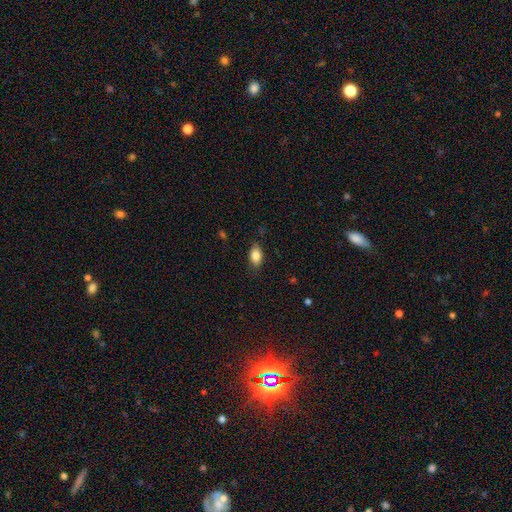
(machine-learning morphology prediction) Smooth or featured?
  - smooth: 84% *
  - star or artifact: 8%
  - featured or disk: 8%
How rounded?
  - in between: 88% *
  - round: 8%
  - cigar-shaped: 4%
Merging?
  - none: 82% *
  - minor disturbance: 14%
  - major disturbance: 3%
  - merger: 1%